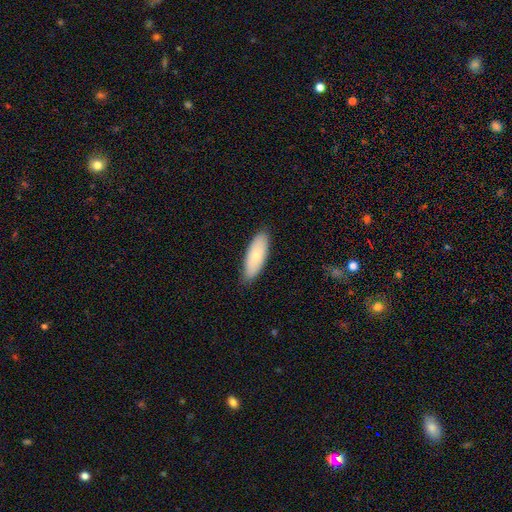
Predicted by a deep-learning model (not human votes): Smooth or featured?
  - smooth: 72% *
  - featured or disk: 22%
  - star or artifact: 6%
How rounded?
  - in between: 74% *
  - cigar-shaped: 24%
  - round: 2%
Merging?
  - none: 84% *
  - minor disturbance: 13%
  - major disturbance: 2%
  - merger: 1%